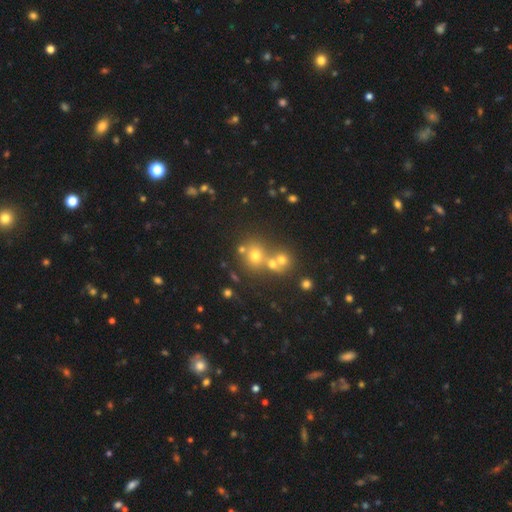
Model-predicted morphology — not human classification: The model was most divided on "merging": none: 51%, merger: 36%, minor disturbance: 9%, major disturbance: 4%. More confident: how rounded — round (78%); smooth or featured — smooth (59%).